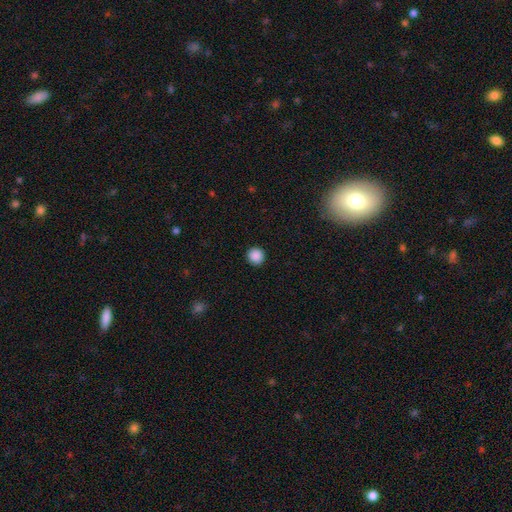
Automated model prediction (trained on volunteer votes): This appears to be a smooth galaxy with no disk features (89%) that is round (95%). Merging: none (92%).